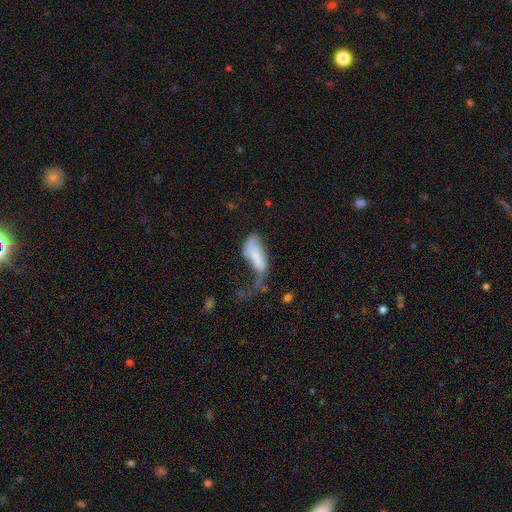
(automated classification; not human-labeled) Overall: smooth (58%; featured or disk 33%). How rounded: in between (78%). Merging: major disturbance (55%; minor disturbance 18%).